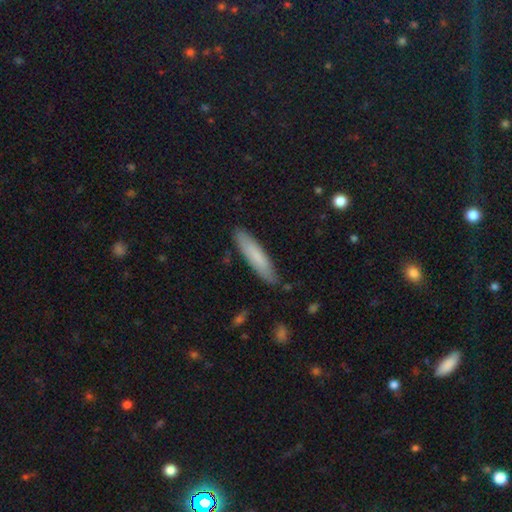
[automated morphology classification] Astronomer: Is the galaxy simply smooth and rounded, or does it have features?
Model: smooth — 77%.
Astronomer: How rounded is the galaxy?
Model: cigar-shaped — 84%.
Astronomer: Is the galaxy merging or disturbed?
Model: none — 85%.